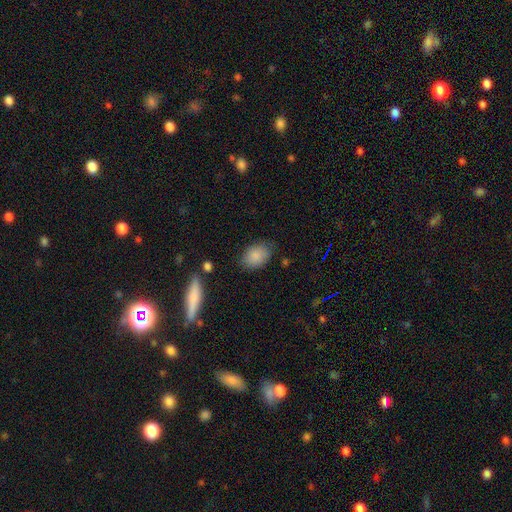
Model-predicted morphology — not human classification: smooth_or_featured: smooth (p=0.86) [alt: star or artifact p=0.07]
how_rounded: in between (p=0.81) [alt: round p=0.17]
merging: none (p=0.77) [alt: minor disturbance p=0.17]